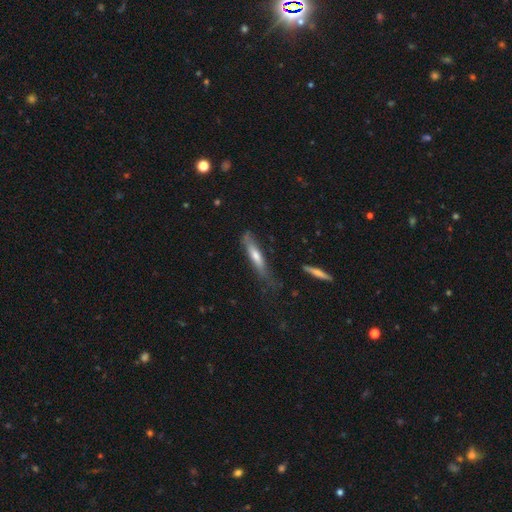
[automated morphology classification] Smooth or featured? Predicted: smooth (p=0.55). How rounded? Predicted: cigar-shaped (p=0.83). Merging? Predicted: none (p=0.59).